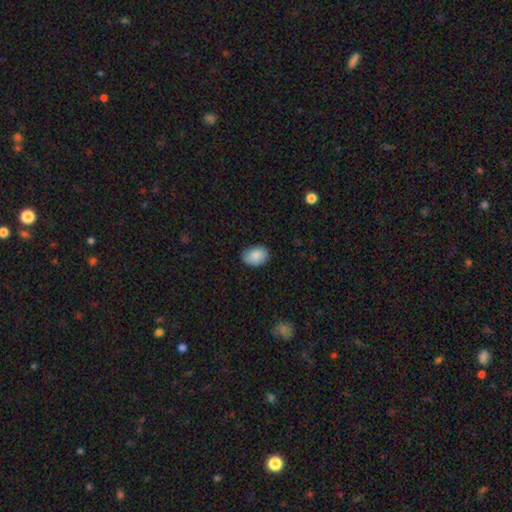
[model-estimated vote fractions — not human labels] A smooth galaxy with no disk features (85%) that is in between round and cigar-shaped (74%). Merging: none (83%).